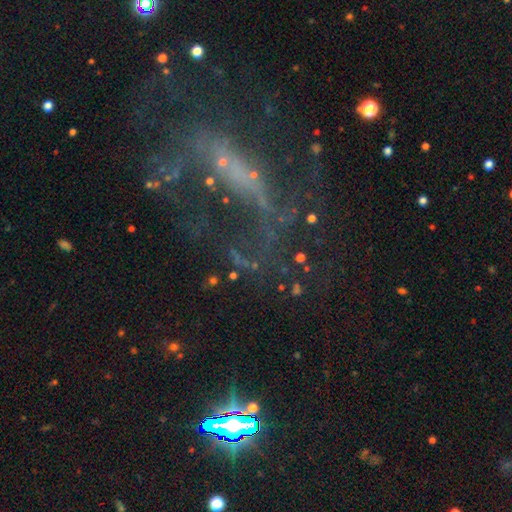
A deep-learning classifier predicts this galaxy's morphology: Q: Smooth or featured?
A: featured or disk (54%); runner-up: star or artifact (33%)
Q: Edge-on disk?
A: no (93%); runner-up: yes (7%)
Q: Merging?
A: major disturbance (41%); runner-up: none (39%)